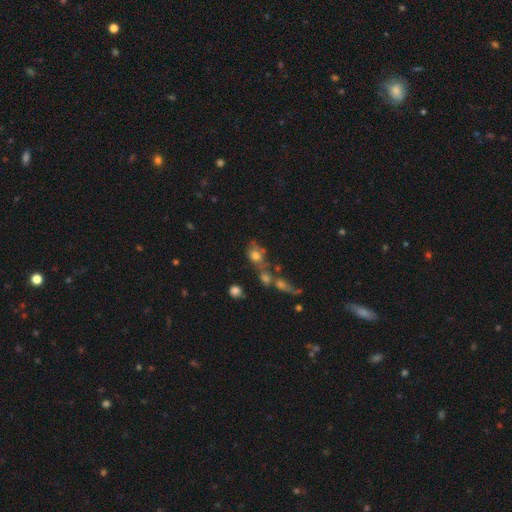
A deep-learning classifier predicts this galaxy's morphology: Smooth or featured?
  - smooth: 66% *
  - featured or disk: 20%
  - star or artifact: 14%
How rounded?
  - in between: 55% *
  - round: 41%
  - cigar-shaped: 4%
Merging?
  - merger: 45% *
  - none: 29%
  - minor disturbance: 13%
  - major disturbance: 13%